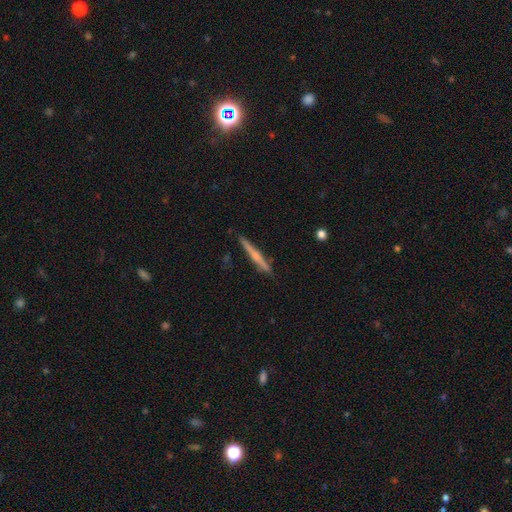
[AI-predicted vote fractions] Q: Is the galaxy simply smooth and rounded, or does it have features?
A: featured or disk — 56%.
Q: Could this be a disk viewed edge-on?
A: yes — 97%.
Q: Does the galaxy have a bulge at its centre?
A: rounded — 57%.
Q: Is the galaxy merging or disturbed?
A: none — 88%.